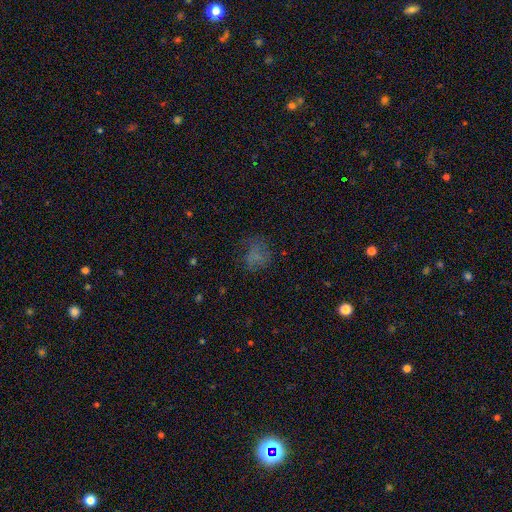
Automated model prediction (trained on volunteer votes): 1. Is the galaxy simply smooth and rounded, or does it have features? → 57% smooth, 23% star or artifact, 20% featured or disk.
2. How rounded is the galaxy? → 56% round, 43% in between, 1% cigar-shaped.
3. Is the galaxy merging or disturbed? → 54% none, 22% major disturbance, 22% minor disturbance, 2% merger.